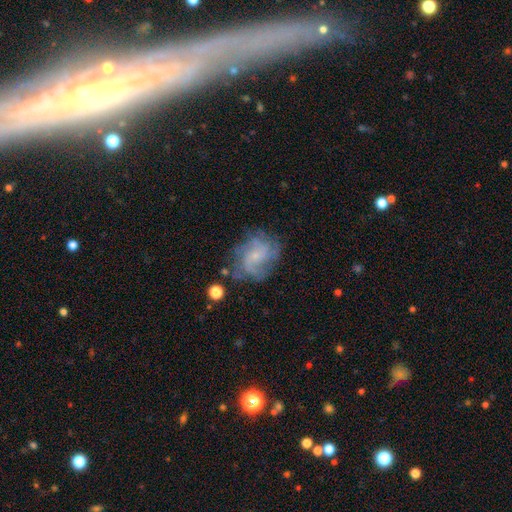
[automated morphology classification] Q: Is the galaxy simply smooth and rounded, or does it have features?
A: featured or disk — 72%.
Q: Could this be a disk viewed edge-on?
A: no — 98%.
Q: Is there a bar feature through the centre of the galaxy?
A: no — 68%.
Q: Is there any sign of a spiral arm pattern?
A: yes — 89%.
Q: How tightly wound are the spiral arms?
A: medium — 43%.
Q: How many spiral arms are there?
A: can't tell — 35%.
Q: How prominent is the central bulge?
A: small — 74%.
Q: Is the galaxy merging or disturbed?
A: none — 64%.